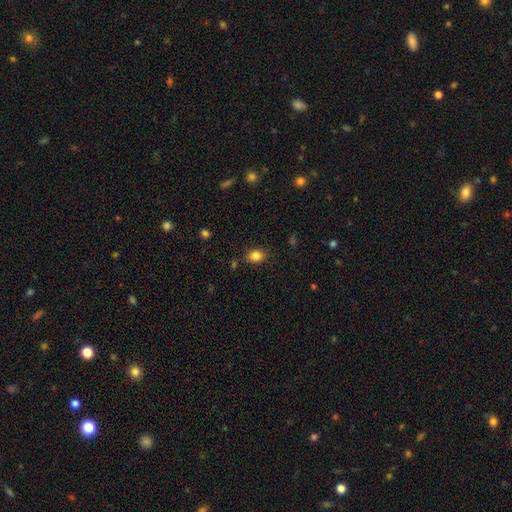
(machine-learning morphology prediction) The model was most divided on "how rounded": in between: 56%, round: 43%, cigar-shaped: 1%. More confident: smooth or featured — smooth (84%); merging — none (82%).